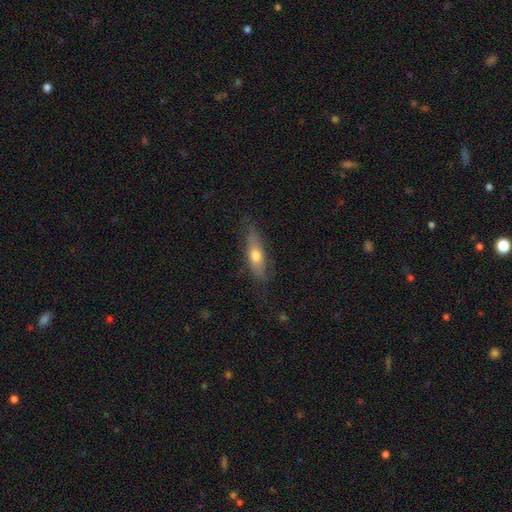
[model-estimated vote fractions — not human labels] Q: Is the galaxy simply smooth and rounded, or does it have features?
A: smooth — 58%.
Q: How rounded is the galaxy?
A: in between — 52%.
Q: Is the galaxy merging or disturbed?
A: none — 73%.